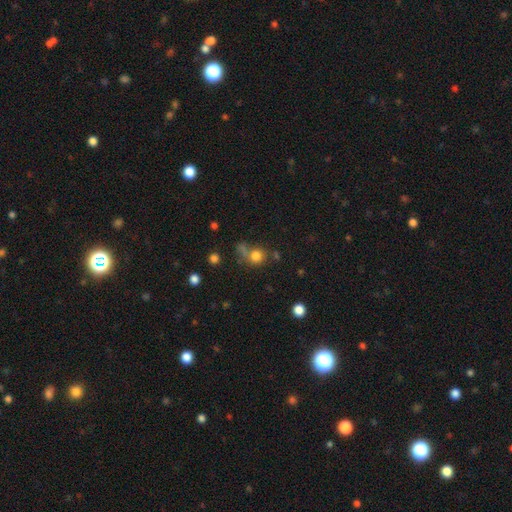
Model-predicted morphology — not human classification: A smooth galaxy with no disk features (78%) that is round (84%). Merging: none (54%).